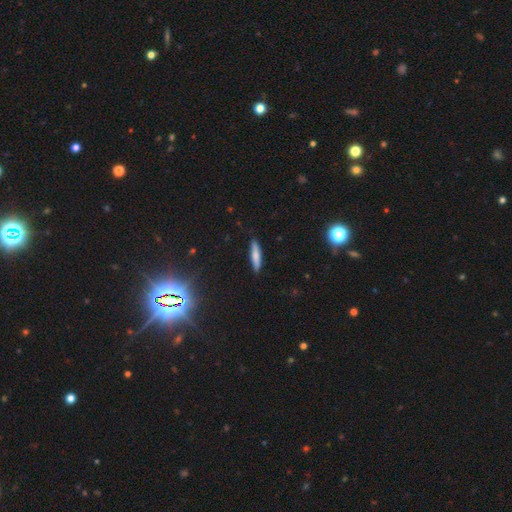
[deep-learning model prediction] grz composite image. It shows a smooth galaxy with no disk features (73%) that is cigar-shaped (84%). Merging: none (88%).